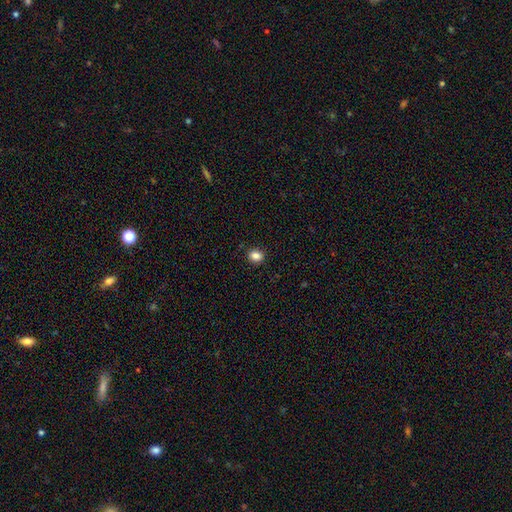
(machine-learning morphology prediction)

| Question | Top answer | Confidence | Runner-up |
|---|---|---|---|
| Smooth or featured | smooth | 85% | star or artifact (10%) |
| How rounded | round | 62% | in between (37%) |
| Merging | none | 89% | minor disturbance (8%) |